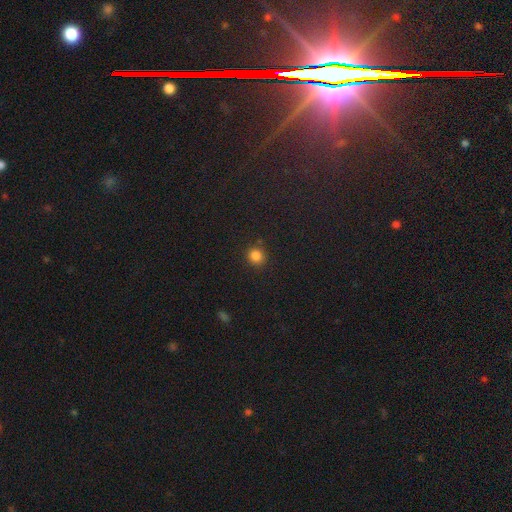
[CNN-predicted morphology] smooth-or-featured: smooth: 83% | star or artifact: 13% | featured or disk: 4%
  how-rounded: round: 88% | in between: 11% | cigar-shaped: 1%
  merging: none: 85% | minor disturbance: 9% | major disturbance: 3% | merger: 3%